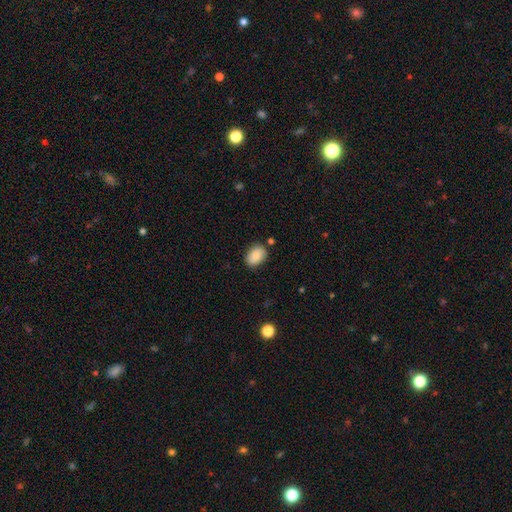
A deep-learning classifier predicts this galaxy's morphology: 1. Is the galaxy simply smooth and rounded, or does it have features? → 86% smooth, 7% star or artifact, 7% featured or disk.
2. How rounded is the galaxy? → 81% in between, 17% round, 1% cigar-shaped.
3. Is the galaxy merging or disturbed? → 77% none, 16% minor disturbance, 3% merger, 3% major disturbance.